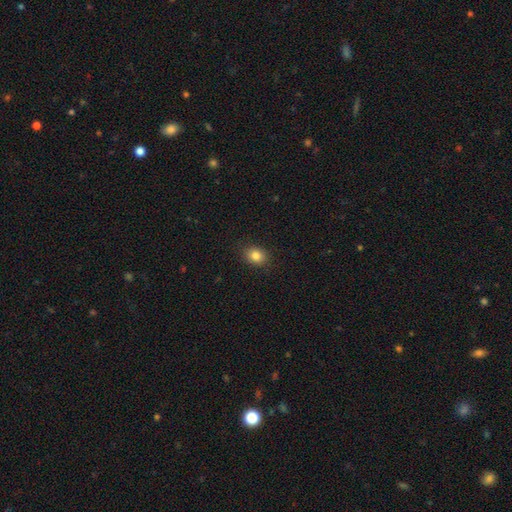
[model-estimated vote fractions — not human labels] Smooth or featured?
  - smooth: 84% *
  - star or artifact: 11%
  - featured or disk: 6%
How rounded?
  - round: 51% *
  - in between: 48%
  - cigar-shaped: 1%
Merging?
  - none: 88% *
  - minor disturbance: 8%
  - major disturbance: 2%
  - merger: 1%